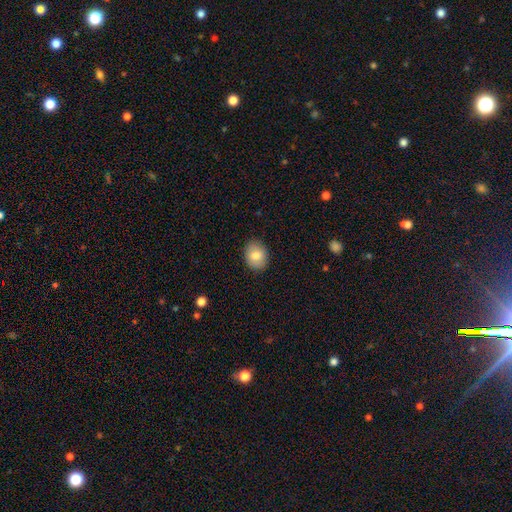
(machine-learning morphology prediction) This is clearly a smooth galaxy (81%). How rounded: possibly in between (51%). Merging: clearly none (88%).